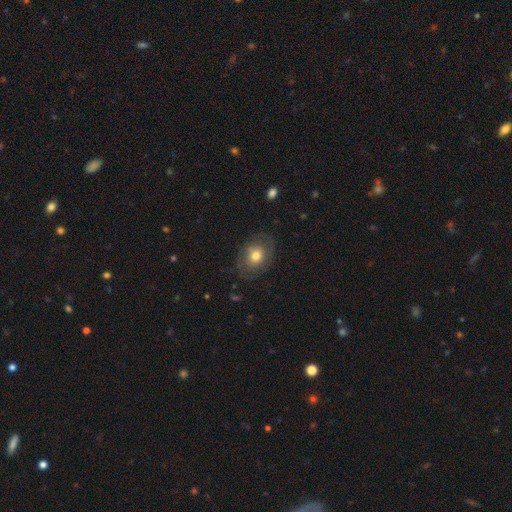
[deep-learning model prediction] smooth_or_featured: smooth (p=0.58) [alt: featured or disk p=0.33]
how_rounded: in between (p=0.60) [alt: round p=0.39]
merging: none (p=0.72) [alt: minor disturbance p=0.18]